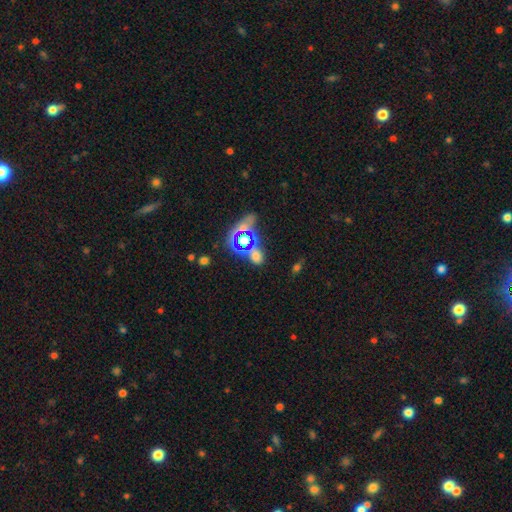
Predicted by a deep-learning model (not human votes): The model was most divided on "smooth or featured": smooth: 48%, star or artifact: 41%, featured or disk: 12%. More confident: merging — none (55%).